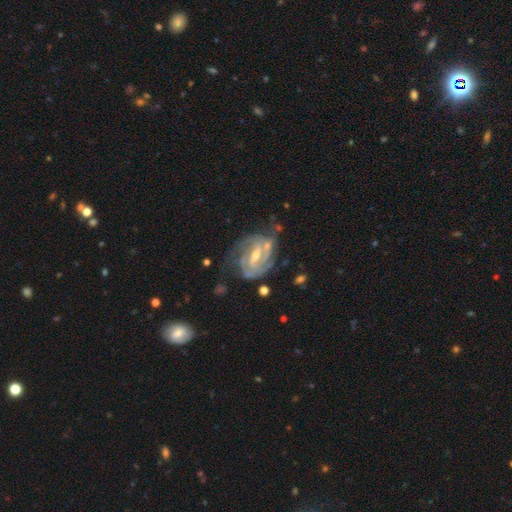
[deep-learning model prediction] Smooth or featured?
  - featured or disk: 89% *
  - smooth: 6%
  - star or artifact: 5%
Edge-on disk?
  - no: 97% *
  - yes: 3%
Bar?
  - weak: 46% *
  - strong: 39%
  - no: 15%
Spiral arms?
  - yes: 96% *
  - no: 4%
Spiral winding?
  - tight: 56% *
  - medium: 36%
  - loose: 8%
Spiral arm count?
  - 2: 44% *
  - 3: 23%
  - can't tell: 18%
  - 4: 7%
  - 1: 4%
  - more than 4: 4%
Bulge size?
  - moderate: 49% *
  - small: 46%
  - none: 2%
  - large: 2%
  - dominant: 1%
Merging?
  - none: 56% *
  - minor disturbance: 24%
  - major disturbance: 14%
  - merger: 6%